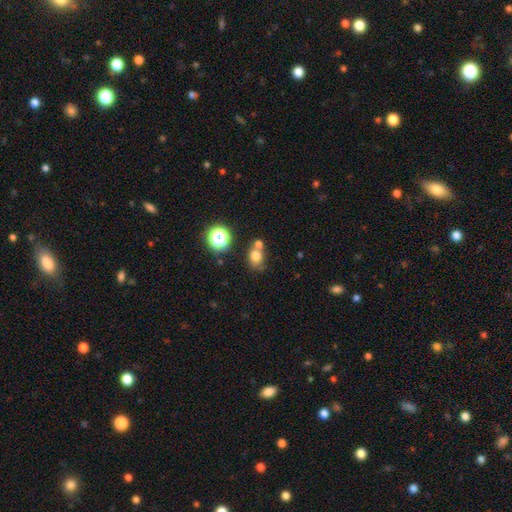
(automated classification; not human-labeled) Overall: smooth (73%). How rounded: round (56%; in between 42%). Merging: none (48%; merger 33%).